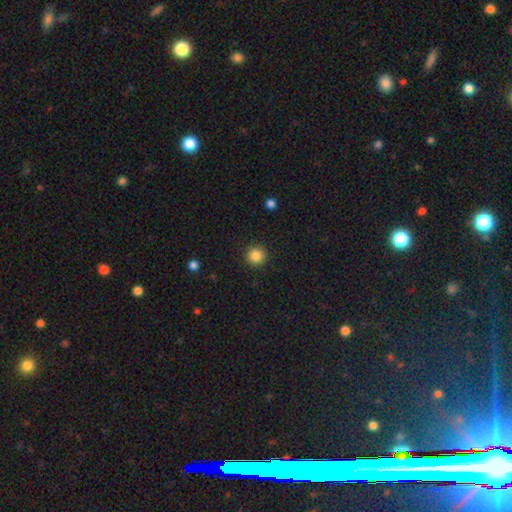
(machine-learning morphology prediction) Smooth or featured?
  - smooth: 86% *
  - star or artifact: 10%
  - featured or disk: 4%
How rounded?
  - round: 95% *
  - in between: 4%
  - cigar-shaped: 1%
Merging?
  - none: 92% *
  - minor disturbance: 5%
  - major disturbance: 2%
  - merger: 1%